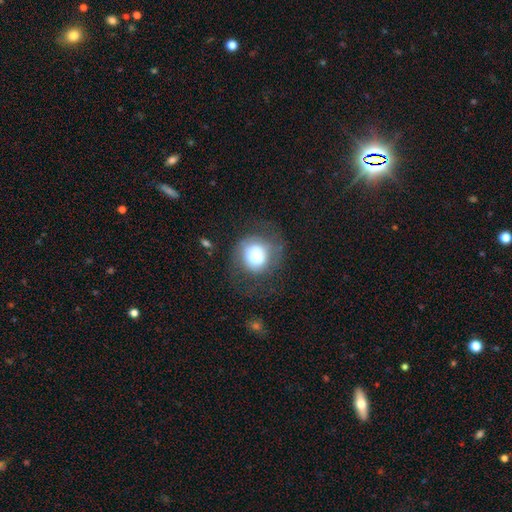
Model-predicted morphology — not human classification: Q: Smooth or featured?
A: smooth (62%); runner-up: featured or disk (29%)
Q: How rounded?
A: round (85%); runner-up: in between (14%)
Q: Merging?
A: none (55%); runner-up: major disturbance (22%)